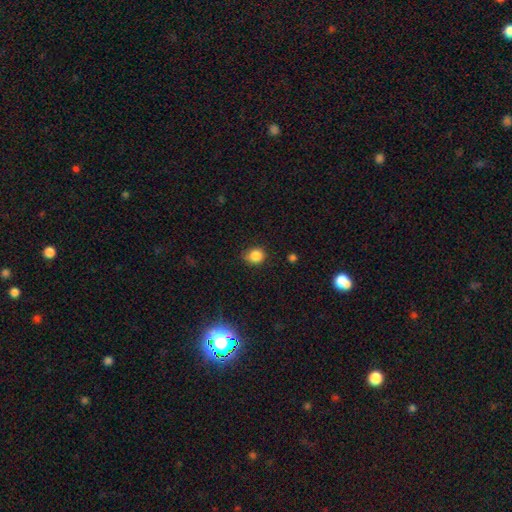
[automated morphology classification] Overall: smooth (85%). How rounded: round (74%). Merging: none (69%).